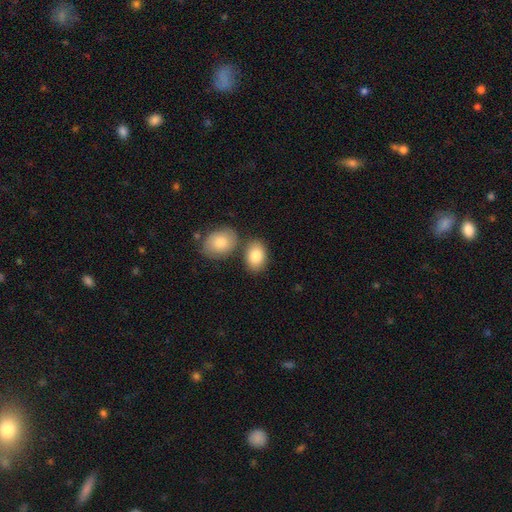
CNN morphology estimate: Smooth or featured? smooth (83%)
How rounded? in between (84%)
Merging? none (66%)